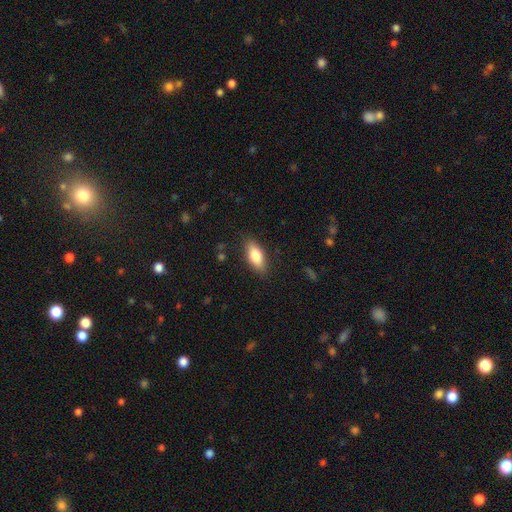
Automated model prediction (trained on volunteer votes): Q: Smooth or featured?
A: smooth (80%); runner-up: featured or disk (13%)
Q: How rounded?
A: in between (81%); runner-up: cigar-shaped (16%)
Q: Merging?
A: none (84%); runner-up: minor disturbance (12%)